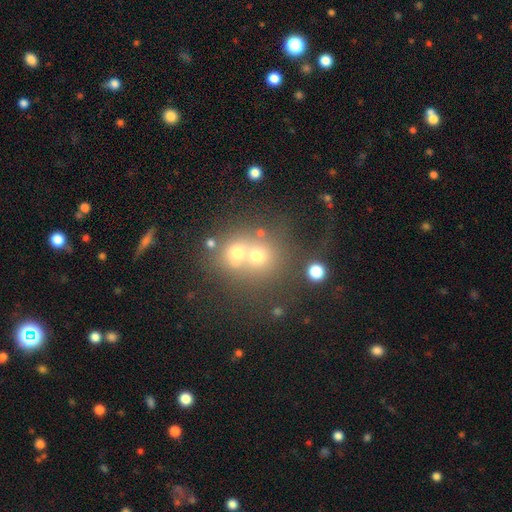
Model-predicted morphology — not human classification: Overall: smooth (51%; featured or disk 27%). How rounded: round (77%). Merging: merger (61%; none 28%).